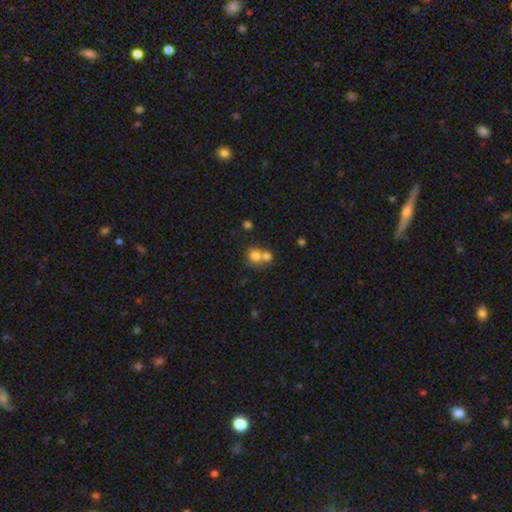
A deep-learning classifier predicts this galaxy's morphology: Smooth or featured: smooth — 75% (featured or disk — 14%)
How rounded: round — 78% (in between — 21%)
Merging: merger — 56% (none — 34%)